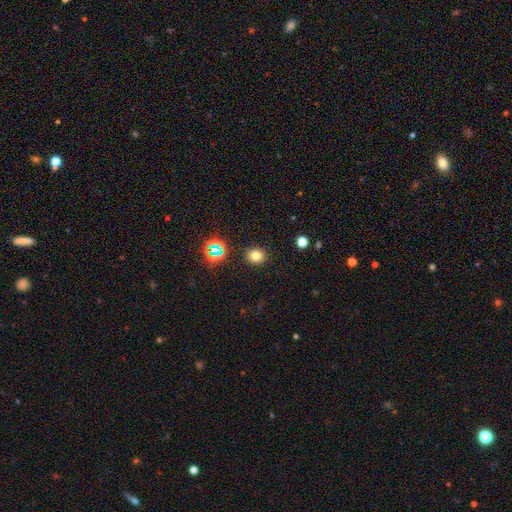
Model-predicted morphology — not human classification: A smooth galaxy with no disk features (73%) that is round (78%). Merging: none (89%).